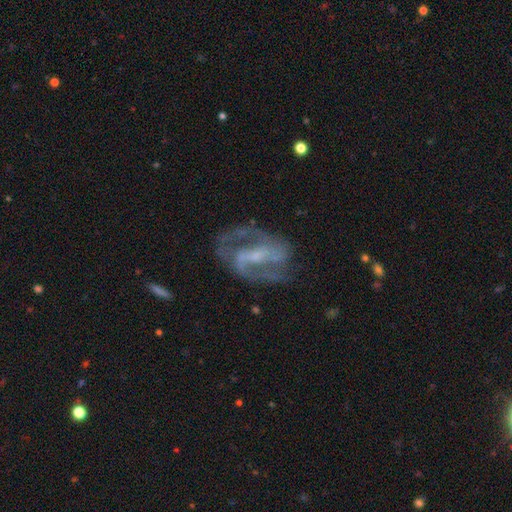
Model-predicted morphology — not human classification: Overall: featured or disk (87%). Edge-on disk: no (96%). Bar: strong (43%; weak 41%). Spiral arms: yes (93%). Spiral arm count: 2 (84%). Spiral winding: medium (55%; tight 23%). Bulge size: small (54%; moderate 25%). Merging: none (68%).